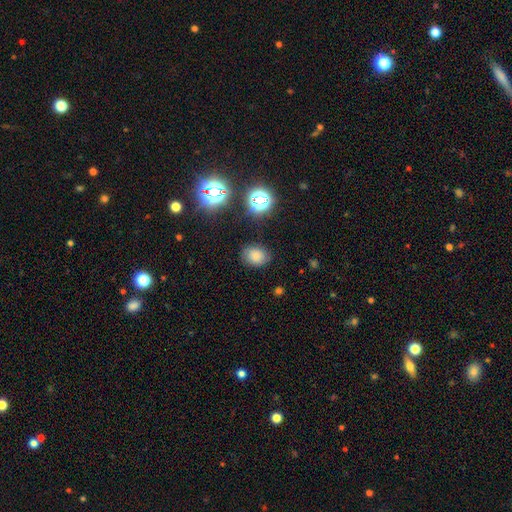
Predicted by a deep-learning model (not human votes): A smooth galaxy with no disk features (76%) that is in between round and cigar-shaped (61%). Merging: none (80%).